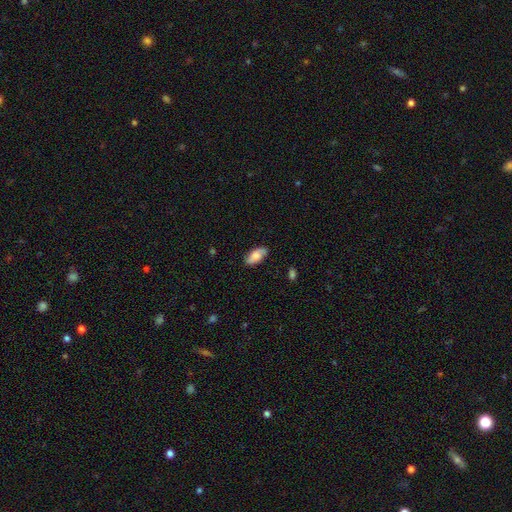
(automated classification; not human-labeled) smooth_or_featured: smooth (p=0.66) [alt: featured or disk p=0.27]
how_rounded: in between (p=0.92) [alt: cigar-shaped p=0.05]
merging: none (p=0.80) [alt: minor disturbance p=0.15]